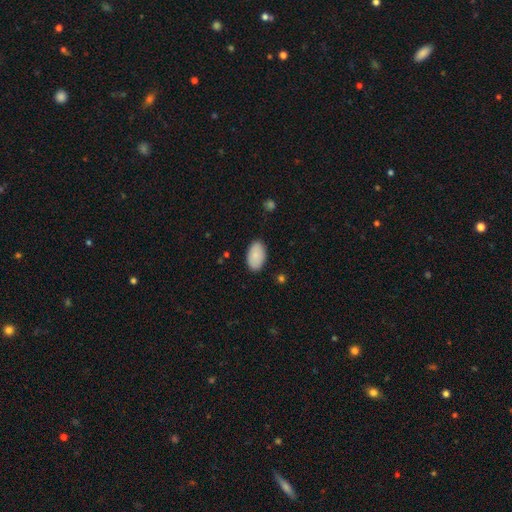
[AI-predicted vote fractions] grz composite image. It shows a smooth galaxy with no disk features (84%) that is in between round and cigar-shaped (94%). Merging: none (86%).